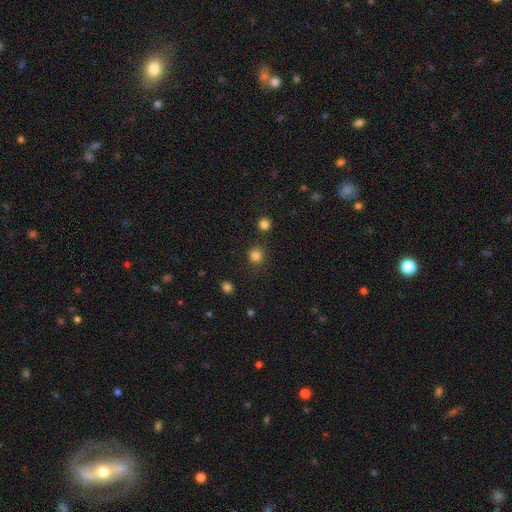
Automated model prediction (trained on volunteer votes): Smooth or featured?
  - smooth: 82% *
  - star or artifact: 14%
  - featured or disk: 4%
How rounded?
  - round: 89% *
  - in between: 10%
  - cigar-shaped: 1%
Merging?
  - none: 84% *
  - minor disturbance: 9%
  - merger: 4%
  - major disturbance: 3%